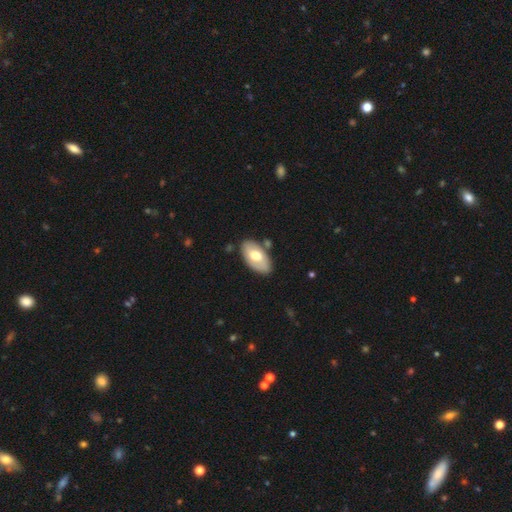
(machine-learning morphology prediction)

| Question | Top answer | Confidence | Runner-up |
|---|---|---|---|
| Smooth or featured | smooth | 59% | featured or disk (36%) |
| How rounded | in between | 95% | round (4%) |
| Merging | none | 77% | minor disturbance (14%) |